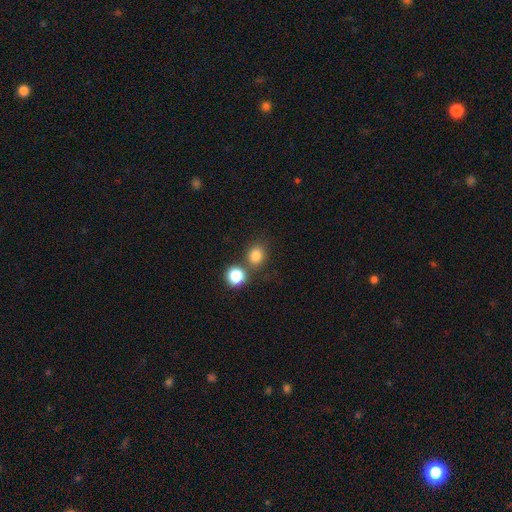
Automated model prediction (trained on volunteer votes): Smooth or featured?
  - smooth: 81% *
  - star or artifact: 14%
  - featured or disk: 6%
How rounded?
  - round: 74% *
  - in between: 25%
  - cigar-shaped: 1%
Merging?
  - none: 69% *
  - merger: 18%
  - minor disturbance: 9%
  - major disturbance: 3%